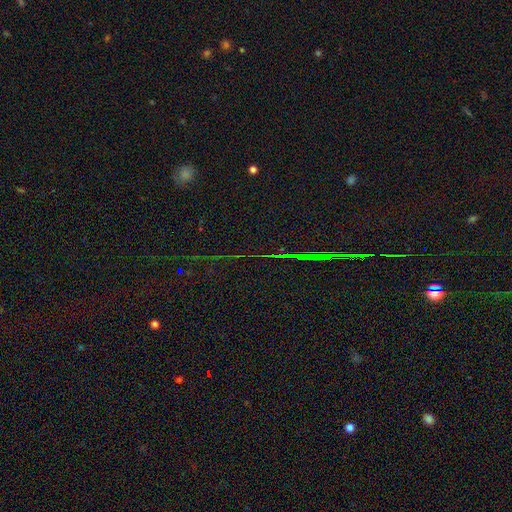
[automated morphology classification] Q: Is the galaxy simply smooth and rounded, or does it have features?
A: star or artifact — 80%.